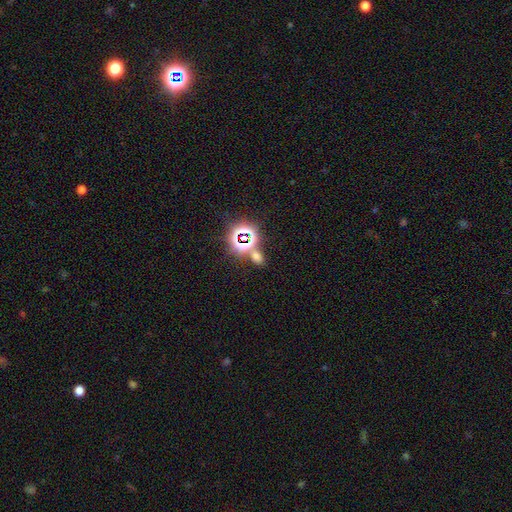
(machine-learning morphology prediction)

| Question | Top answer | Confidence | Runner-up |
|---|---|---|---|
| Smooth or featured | star or artifact | 46% | tied: smooth (46%) |